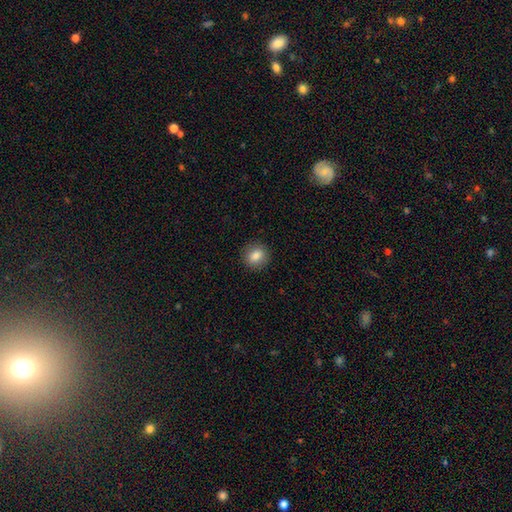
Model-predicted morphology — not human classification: The model was most divided on "how rounded": round: 78%, in between: 21%, cigar-shaped: 1%. More confident: merging — none (90%); smooth or featured — smooth (84%).